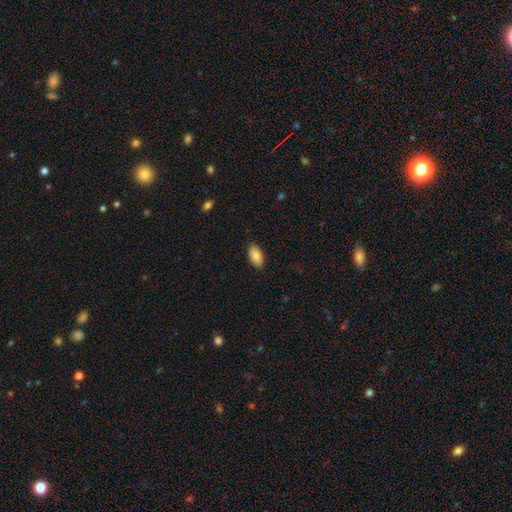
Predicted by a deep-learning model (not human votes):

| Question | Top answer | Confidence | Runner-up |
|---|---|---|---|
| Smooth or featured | smooth | 89% | star or artifact (7%) |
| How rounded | in between | 93% | cigar-shaped (4%) |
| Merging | none | 87% | minor disturbance (10%) |